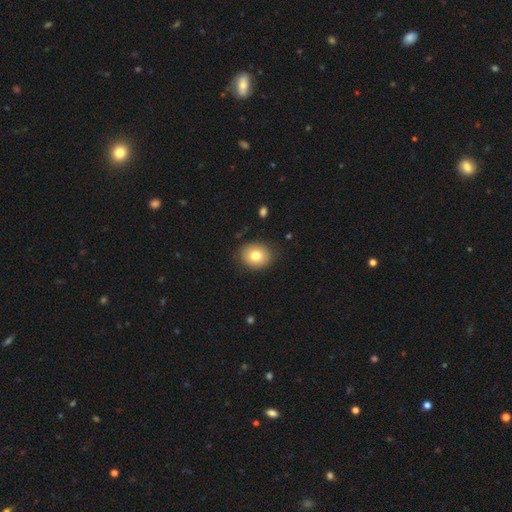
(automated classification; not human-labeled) The model was most divided on "how rounded": round: 62%, in between: 38%, cigar-shaped: 1%. More confident: merging — none (87%); smooth or featured — smooth (78%).